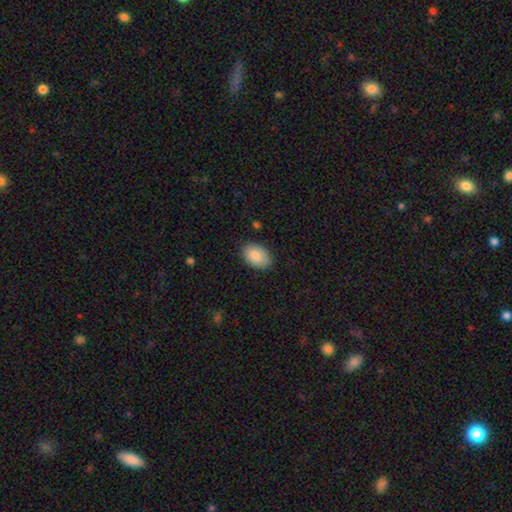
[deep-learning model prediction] This is clearly a smooth galaxy (87%). How rounded: clearly in between (86%). Merging: clearly none (85%).